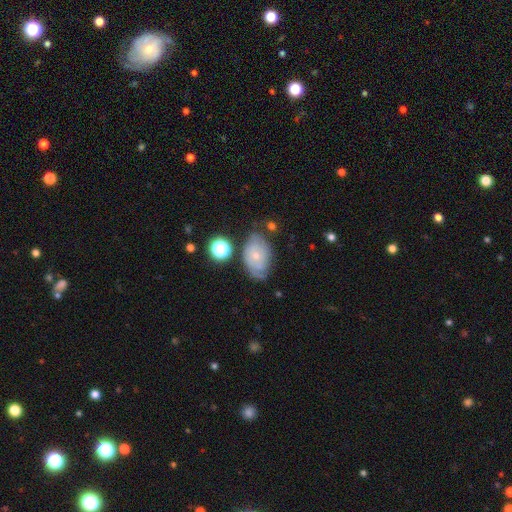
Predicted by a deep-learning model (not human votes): A featured or disk galaxy (60%) with no bar (81%), spiral arms (78%) and a small central bulge (64%).

Vote fractions:
- Smooth or featured? featured or disk: 60% / smooth: 31% / star or artifact: 9%
- Edge-on disk? no: 95% / yes: 5%
- Bar? no: 81% / weak: 17% / strong: 3%
- Spiral arms? yes: 78% / no: 22%
- Bulge size? small: 64% / moderate: 31% / none: 2% / large: 2% / dominant: 1%
- Merging? none: 57% / minor disturbance: 27% / major disturbance: 11% / merger: 5%